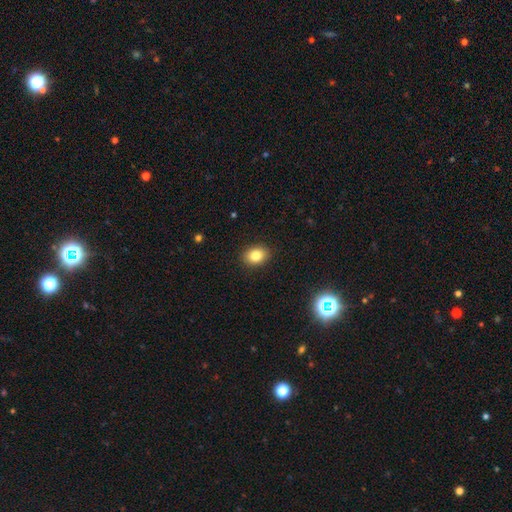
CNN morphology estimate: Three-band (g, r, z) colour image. It shows a smooth galaxy with no disk features (82%) that is in between round and cigar-shaped (54%). Merging: none (90%).